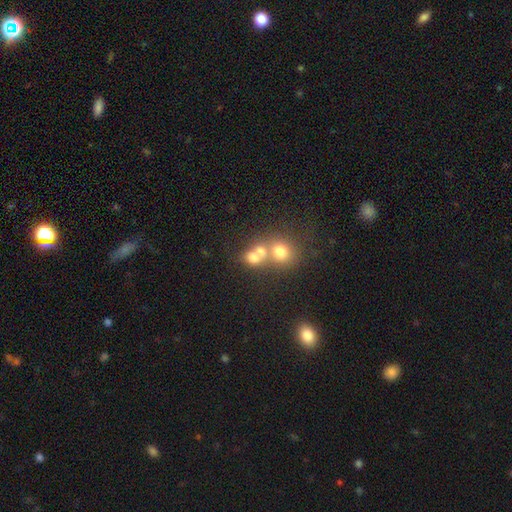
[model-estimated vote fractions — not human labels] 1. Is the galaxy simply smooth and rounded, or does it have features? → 69% smooth, 17% featured or disk, 14% star or artifact.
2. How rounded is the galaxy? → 72% round, 27% in between, 1% cigar-shaped.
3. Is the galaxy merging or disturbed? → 60% merger, 30% none, 6% minor disturbance, 4% major disturbance.